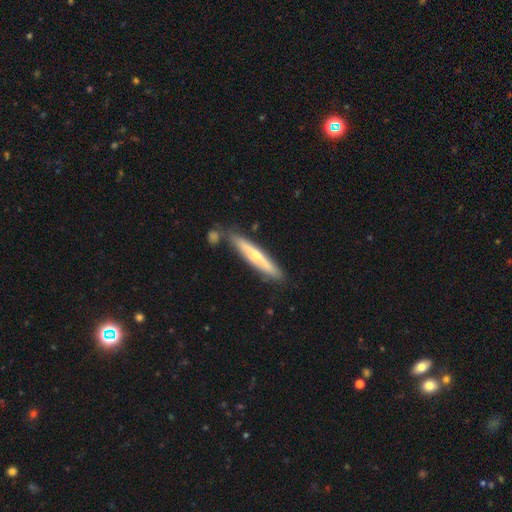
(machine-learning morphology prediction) featured or disk 48%, smooth 47%, star or artifact 5%. Down the decision tree: merging — none (76%).